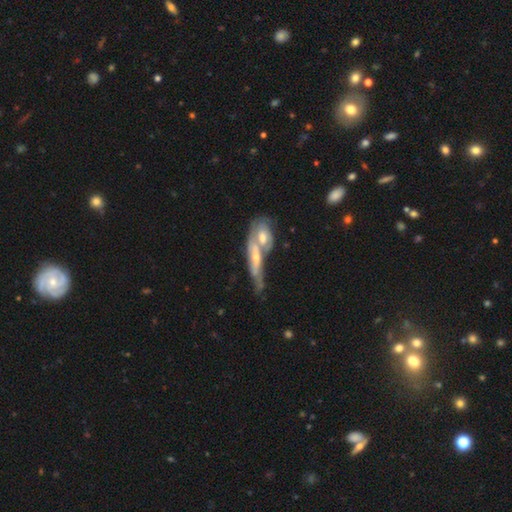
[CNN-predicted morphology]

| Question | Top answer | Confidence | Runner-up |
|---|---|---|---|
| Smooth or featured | featured or disk | 60% | smooth (30%) |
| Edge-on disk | yes | 52% | no (48%) |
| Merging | merger | 54% | none (26%) |